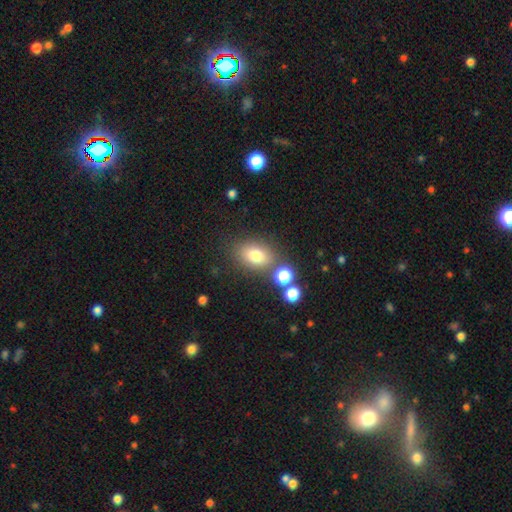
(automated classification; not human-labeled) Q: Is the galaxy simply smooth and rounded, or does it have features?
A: smooth — 77%.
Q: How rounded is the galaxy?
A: in between — 75%.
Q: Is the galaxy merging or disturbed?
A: none — 75%.